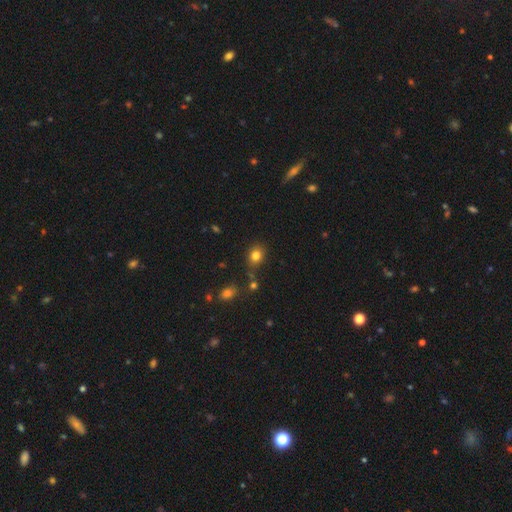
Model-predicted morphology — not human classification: smooth-or-featured: smooth: 80% | star or artifact: 13% | featured or disk: 7%
  how-rounded: round: 57% | in between: 42% | cigar-shaped: 1%
  merging: none: 75% | minor disturbance: 15% | merger: 7% | major disturbance: 4%